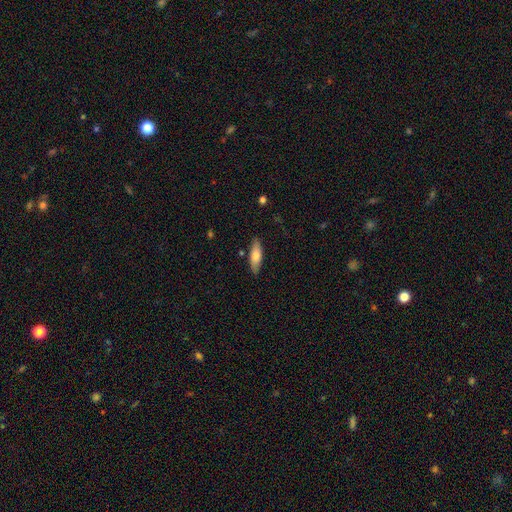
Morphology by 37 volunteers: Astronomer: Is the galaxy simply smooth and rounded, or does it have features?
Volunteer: smooth — 81%.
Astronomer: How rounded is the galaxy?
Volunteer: cigar-shaped — 60% (runner-up: in between, 37%).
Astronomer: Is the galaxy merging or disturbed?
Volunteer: none — 86%.